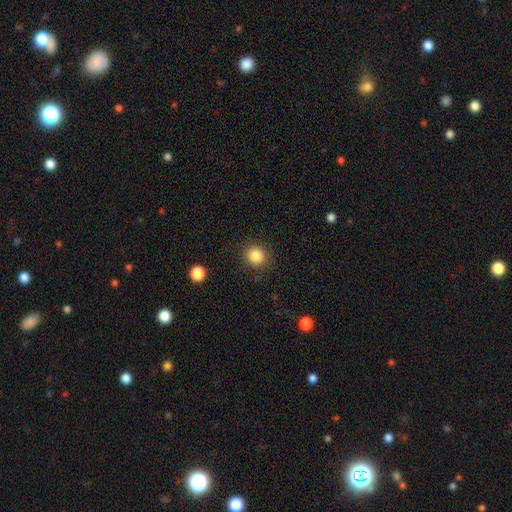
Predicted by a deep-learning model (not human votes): Smooth or featured: smooth — 85% (star or artifact — 11%)
How rounded: round — 89% (in between — 10%)
Merging: none — 88% (minor disturbance — 8%)